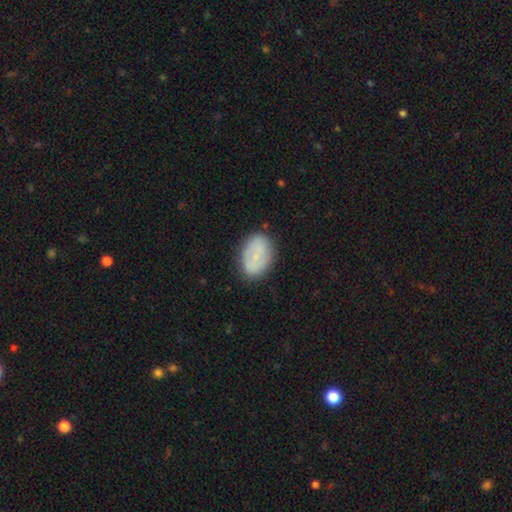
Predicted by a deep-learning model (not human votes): A smooth galaxy with no disk features (64%) that is in between round and cigar-shaped (82%). Merging: none (81%).